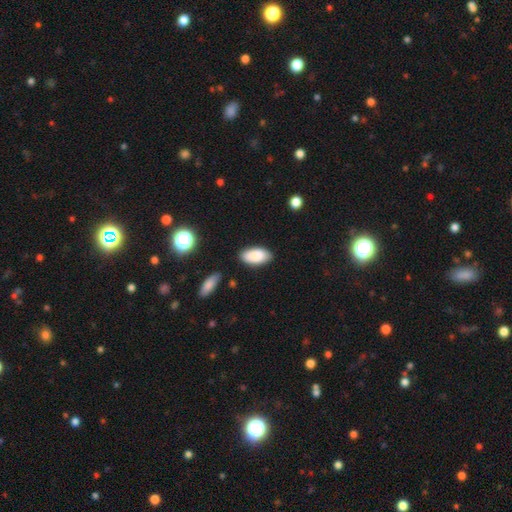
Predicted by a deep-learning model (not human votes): A smooth galaxy with no disk features (87%) that is in between round and cigar-shaped (93%).

Vote fractions:
- Smooth or featured? smooth: 87% / star or artifact: 7% / featured or disk: 6%
- How rounded? in between: 93% / cigar-shaped: 4% / round: 2%
- Merging? none: 84% / minor disturbance: 11% / major disturbance: 2% / merger: 2%